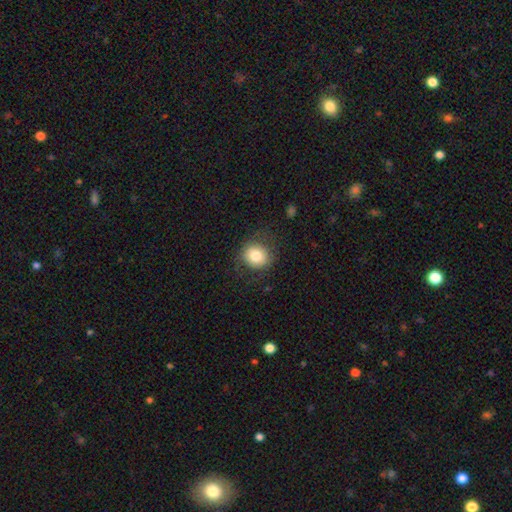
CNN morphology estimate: smooth 79%, featured or disk 11%, star or artifact 10%. Down the decision tree: how rounded — round (82%); merging — none (78%).